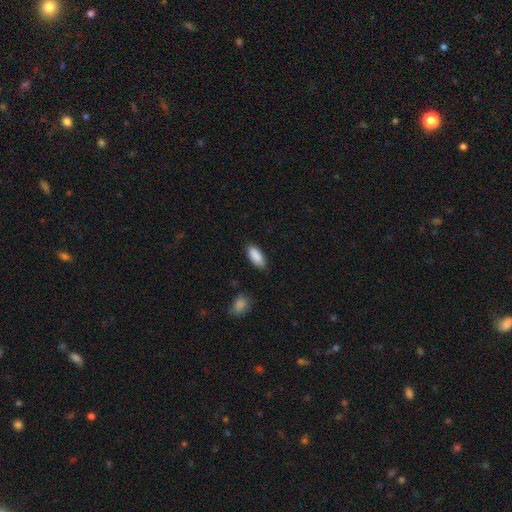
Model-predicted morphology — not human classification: smooth_or_featured: smooth (p=0.89) [alt: star or artifact p=0.06]
how_rounded: in between (p=0.82) [alt: cigar-shaped p=0.16]
merging: none (p=0.83) [alt: minor disturbance p=0.13]